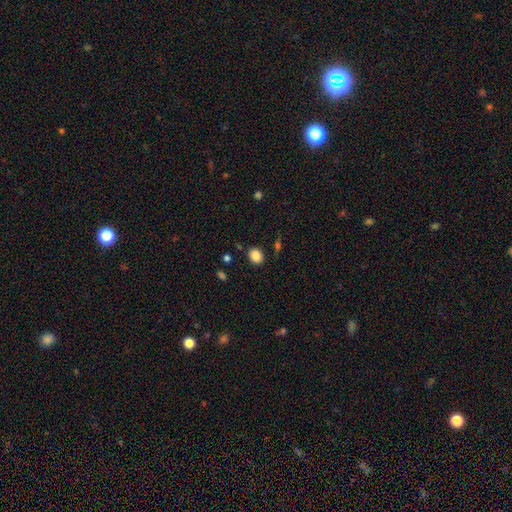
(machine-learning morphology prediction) Q: Smooth or featured?
A: smooth (87%); runner-up: star or artifact (9%)
Q: How rounded?
A: in between (51%); runner-up: round (48%)
Q: Merging?
A: none (84%); runner-up: minor disturbance (10%)